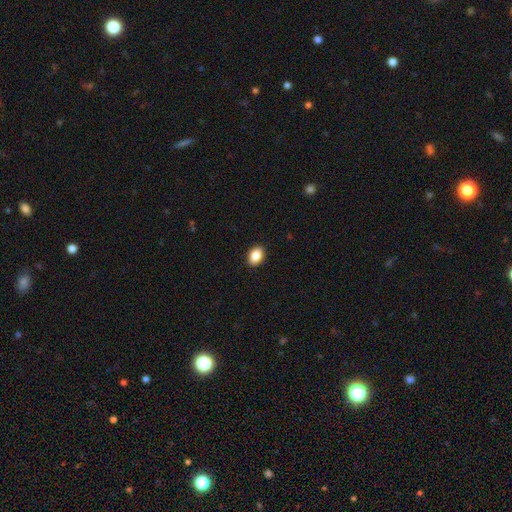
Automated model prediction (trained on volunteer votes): Smooth or featured?
  - smooth: 88% *
  - star or artifact: 8%
  - featured or disk: 4%
How rounded?
  - in between: 83% *
  - round: 16%
  - cigar-shaped: 1%
Merging?
  - none: 91% *
  - minor disturbance: 7%
  - major disturbance: 2%
  - merger: 1%